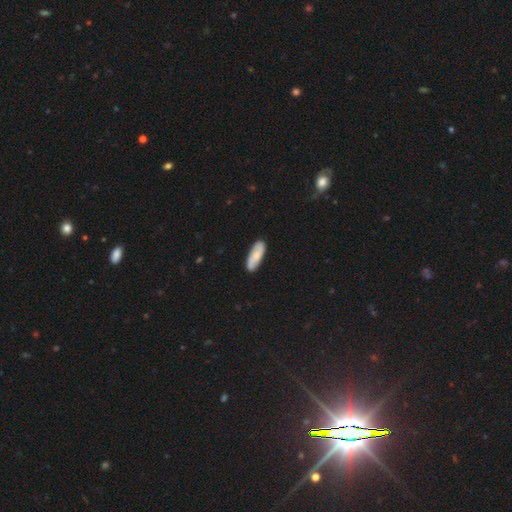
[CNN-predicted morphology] smooth-or-featured: smooth: 70% | featured or disk: 25% | star or artifact: 6%
  how-rounded: in between: 63% | cigar-shaped: 35% | round: 2%
  merging: none: 87% | minor disturbance: 10% | major disturbance: 2% | merger: 1%